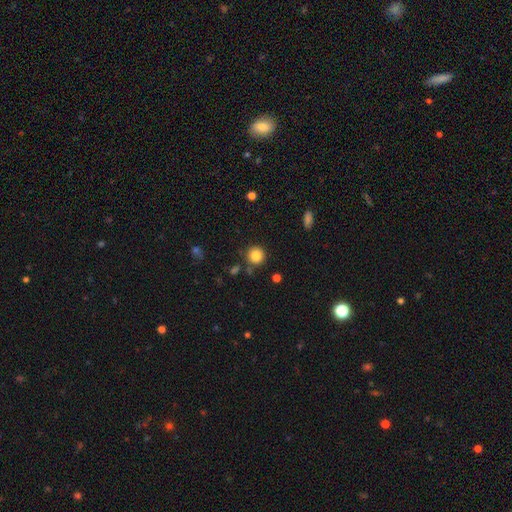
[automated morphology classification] Smooth or featured: smooth — 84% (star or artifact — 10%)
How rounded: round — 93% (in between — 6%)
Merging: none — 83% (minor disturbance — 9%)